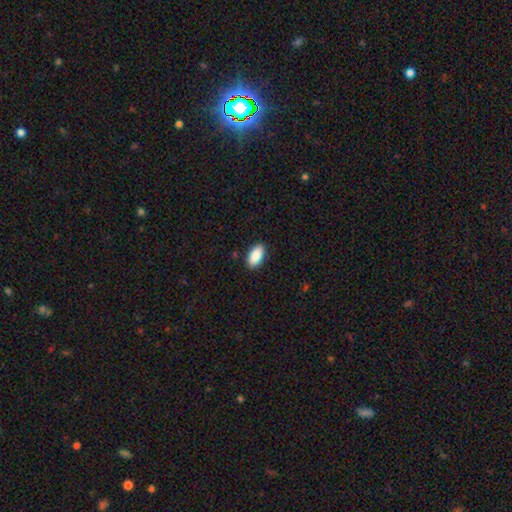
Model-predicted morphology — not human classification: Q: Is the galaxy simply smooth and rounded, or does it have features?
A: smooth — 89%.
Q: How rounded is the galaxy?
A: in between — 94%.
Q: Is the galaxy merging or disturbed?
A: none — 89%.